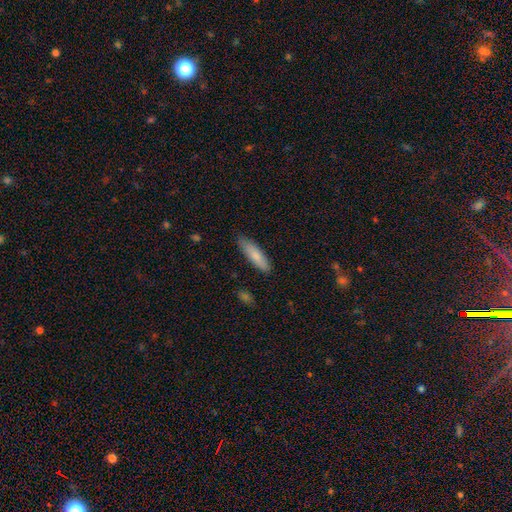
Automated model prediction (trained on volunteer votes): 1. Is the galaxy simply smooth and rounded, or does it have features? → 81% smooth, 13% featured or disk, 6% star or artifact.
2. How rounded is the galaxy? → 68% cigar-shaped, 31% in between, 1% round.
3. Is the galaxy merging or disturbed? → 85% none, 12% minor disturbance, 2% major disturbance, 1% merger.